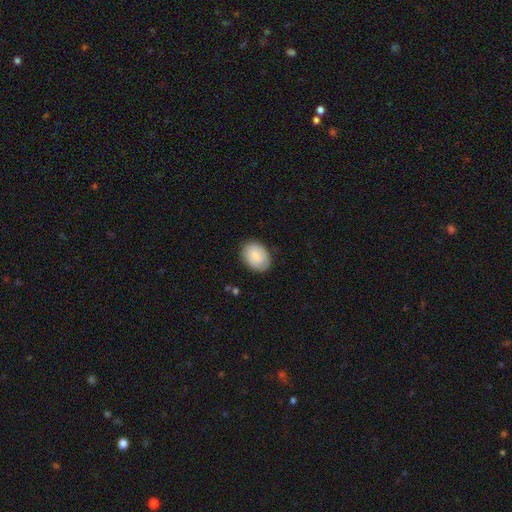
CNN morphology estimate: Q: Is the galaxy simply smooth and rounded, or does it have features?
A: smooth — 69%.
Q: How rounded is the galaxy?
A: in between — 68%.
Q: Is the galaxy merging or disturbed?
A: none — 82%.